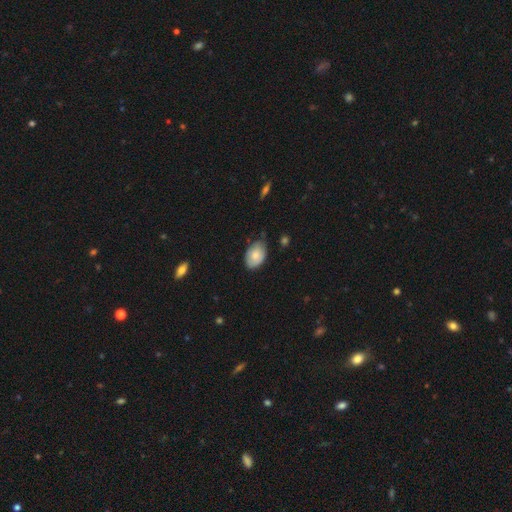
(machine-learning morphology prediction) smooth_or_featured: smooth (p=0.75) [alt: featured or disk p=0.18]
how_rounded: in between (p=0.83) [alt: round p=0.16]
merging: none (p=0.61) [alt: minor disturbance p=0.33]